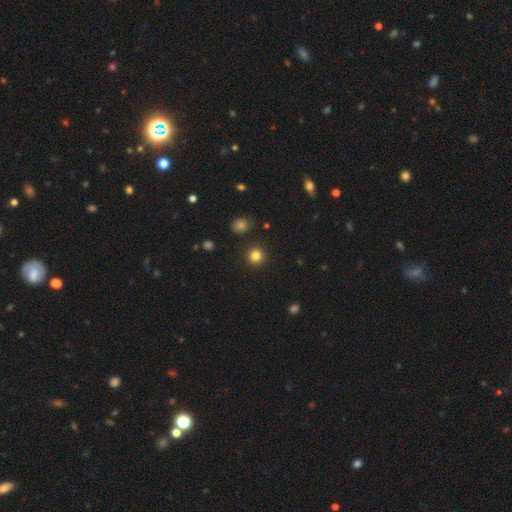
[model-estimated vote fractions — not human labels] smooth 83%, star or artifact 12%, featured or disk 5%. Down the decision tree: how rounded — round (94%); merging — none (91%).